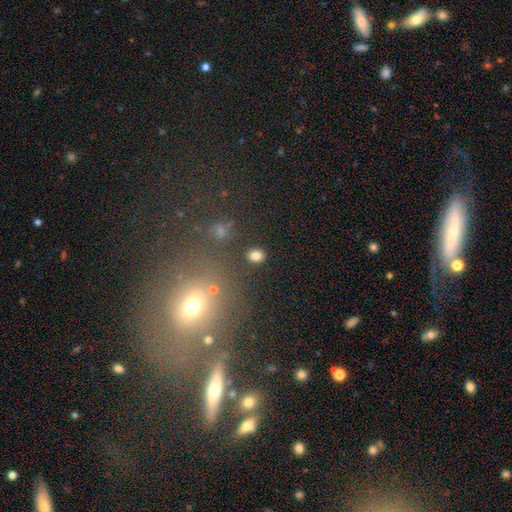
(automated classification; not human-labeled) Smooth or featured?
  - smooth: 81% *
  - star or artifact: 13%
  - featured or disk: 6%
How rounded?
  - in between: 51% *
  - round: 48%
  - cigar-shaped: 1%
Merging?
  - none: 86% *
  - minor disturbance: 8%
  - merger: 3%
  - major disturbance: 3%